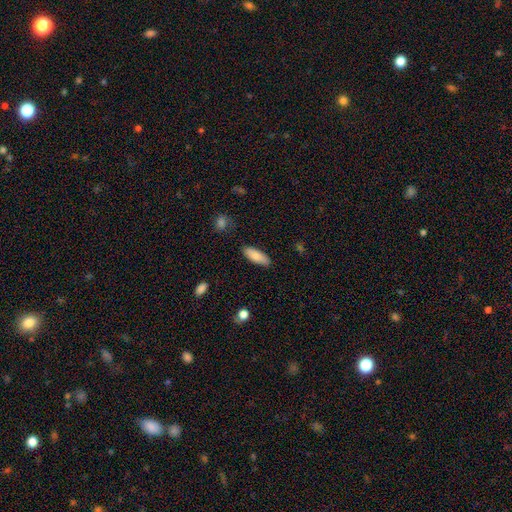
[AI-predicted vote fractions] The model was most divided on "how rounded": in between: 67%, cigar-shaped: 31%, round: 2%. More confident: merging — none (86%); smooth or featured — smooth (84%).